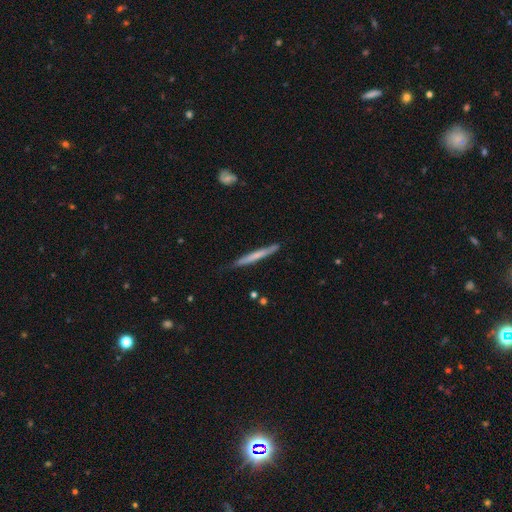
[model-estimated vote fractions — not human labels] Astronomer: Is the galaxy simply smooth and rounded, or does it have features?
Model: smooth — 54% (runner-up: featured or disk, 40%).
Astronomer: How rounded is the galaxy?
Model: cigar-shaped — 96%.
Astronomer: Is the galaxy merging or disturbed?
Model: none — 81%.